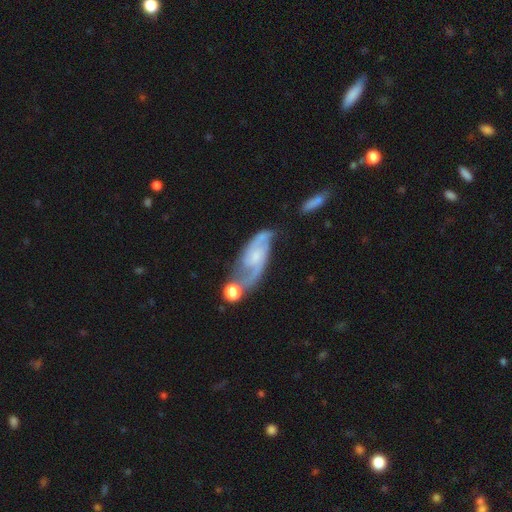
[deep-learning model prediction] Smooth or featured?
  - featured or disk: 84% *
  - smooth: 10%
  - star or artifact: 6%
Edge-on disk?
  - no: 93% *
  - yes: 7%
Bar?
  - no: 57% *
  - weak: 34%
  - strong: 8%
Spiral arms?
  - yes: 96% *
  - no: 4%
Spiral winding?
  - medium: 45% *
  - loose: 39%
  - tight: 16%
Spiral arm count?
  - 2: 88% *
  - can't tell: 5%
  - 1: 3%
  - 3: 2%
  - 4: 1%
  - more than 4: 1%
Bulge size?
  - small: 58% *
  - moderate: 24%
  - none: 14%
  - large: 3%
  - dominant: 1%
Merging?
  - none: 50% *
  - minor disturbance: 21%
  - merger: 17%
  - major disturbance: 12%